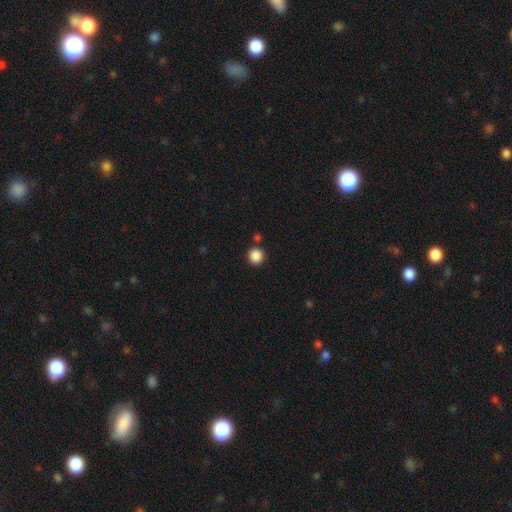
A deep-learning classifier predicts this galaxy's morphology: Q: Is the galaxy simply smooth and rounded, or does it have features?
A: smooth — 87%.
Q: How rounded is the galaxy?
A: round — 95%.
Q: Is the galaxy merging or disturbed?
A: none — 87%.